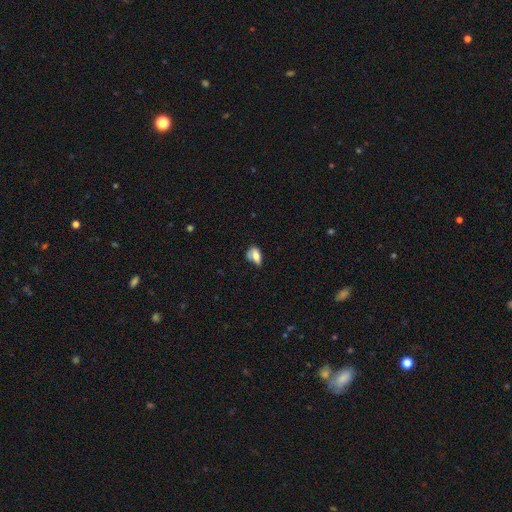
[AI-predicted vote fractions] This appears to be a smooth galaxy with no disk features (70%) that is in between round and cigar-shaped (85%). Merging: minor disturbance (34%).